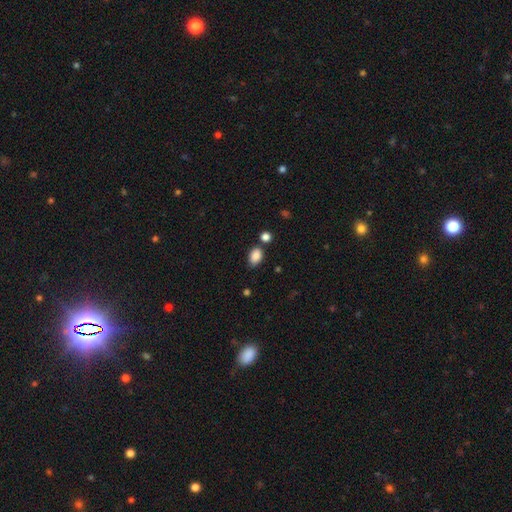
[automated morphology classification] Q: Smooth or featured?
A: smooth (87%); runner-up: star or artifact (9%)
Q: How rounded?
A: in between (84%); runner-up: round (15%)
Q: Merging?
A: none (70%); runner-up: minor disturbance (18%)